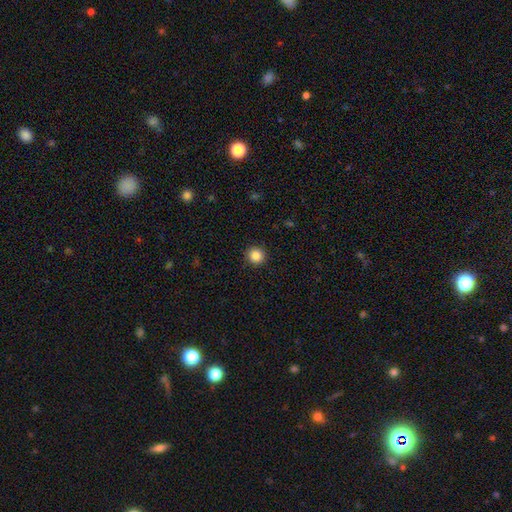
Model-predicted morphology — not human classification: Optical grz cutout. It shows a smooth galaxy with no disk features (86%) that is round (94%). Merging: none (92%).